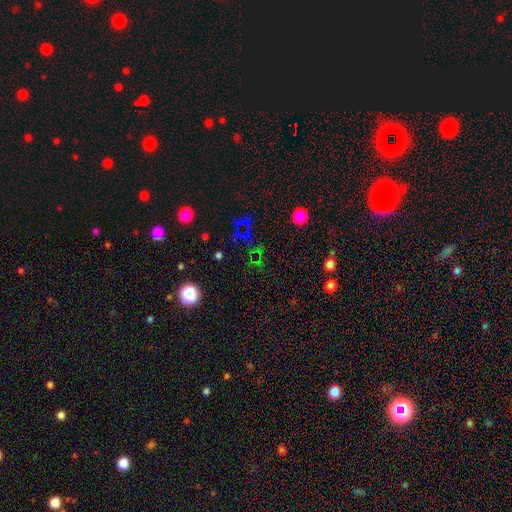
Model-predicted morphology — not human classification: Smooth or featured?
  - star or artifact: 63% *
  - smooth: 26%
  - featured or disk: 10%